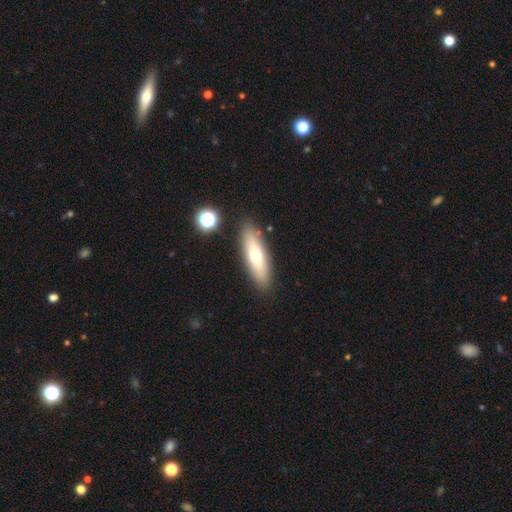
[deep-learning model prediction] Overall: smooth (62%; featured or disk 31%). How rounded: cigar-shaped (56%; in between 42%). Merging: none (86%).